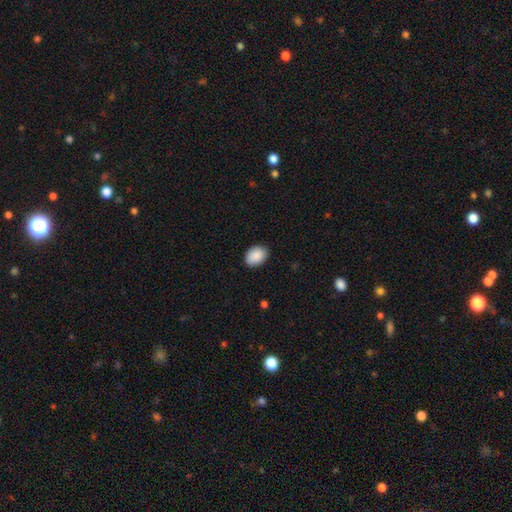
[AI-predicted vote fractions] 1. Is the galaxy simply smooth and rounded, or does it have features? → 90% smooth, 7% star or artifact, 4% featured or disk.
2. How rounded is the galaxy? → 77% in between, 22% round, 1% cigar-shaped.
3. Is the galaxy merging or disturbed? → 86% none, 11% minor disturbance, 2% major disturbance, 1% merger.